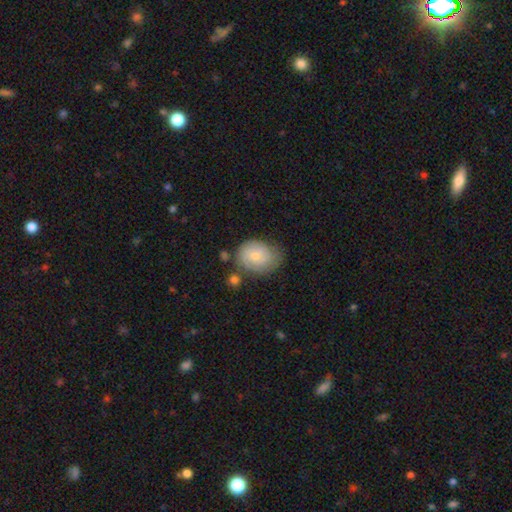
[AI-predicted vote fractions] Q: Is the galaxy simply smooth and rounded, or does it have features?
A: smooth — 64%.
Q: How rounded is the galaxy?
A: in between — 50%.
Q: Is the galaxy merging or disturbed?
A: none — 56%.